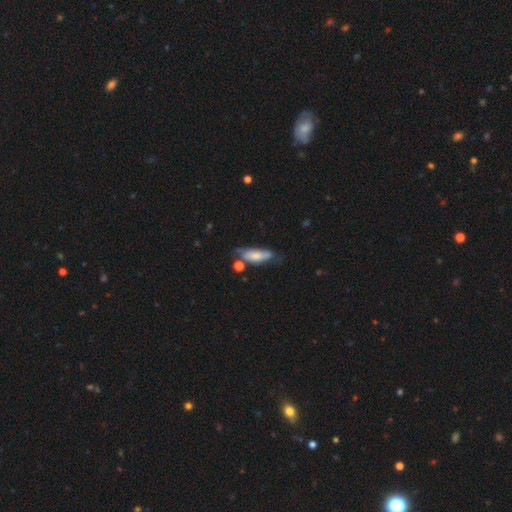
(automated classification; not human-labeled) smooth-or-featured: smooth: 61% | featured or disk: 32% | star or artifact: 7%
  how-rounded: in between: 59% | cigar-shaped: 38% | round: 3%
  merging: none: 45% | minor disturbance: 29% | major disturbance: 13% | merger: 13%